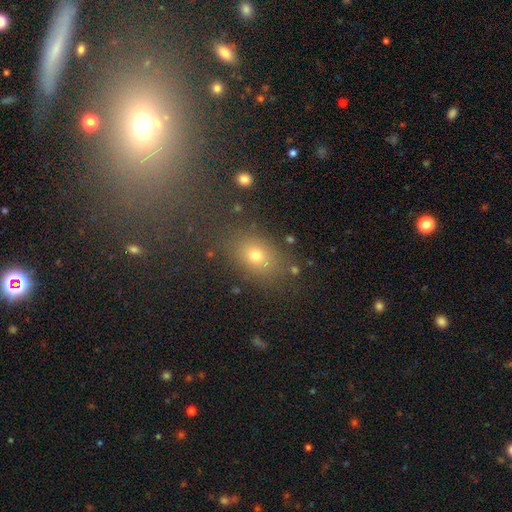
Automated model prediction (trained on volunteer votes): Q: Smooth or featured?
A: smooth (70%); runner-up: star or artifact (18%)
Q: How rounded?
A: in between (65%); runner-up: round (32%)
Q: Merging?
A: none (75%); runner-up: minor disturbance (12%)